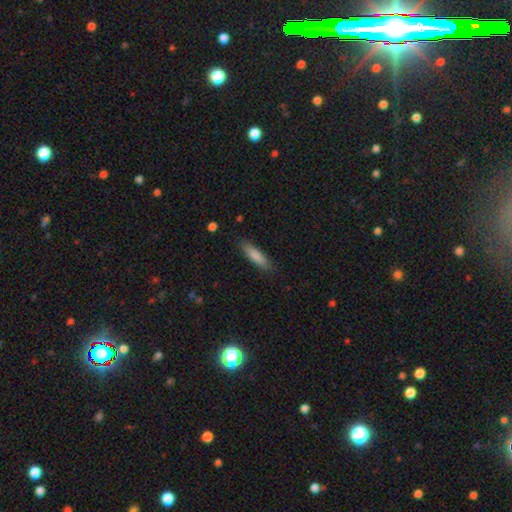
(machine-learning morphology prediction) smooth_or_featured: smooth (p=0.84) [alt: featured or disk p=0.10]
how_rounded: cigar-shaped (p=0.72) [alt: in between p=0.27]
merging: none (p=0.86) [alt: minor disturbance p=0.11]